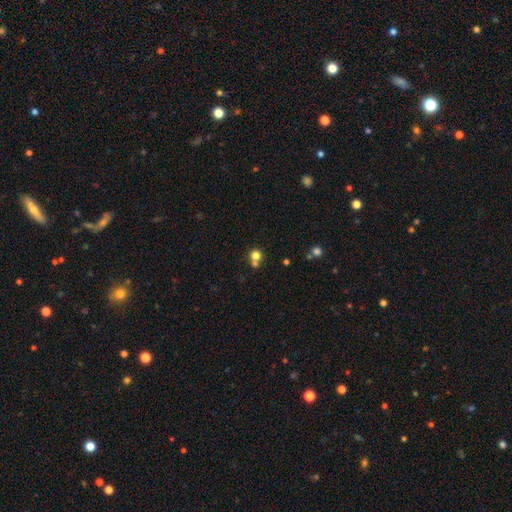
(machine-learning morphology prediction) A smooth galaxy with no disk features (76%) that is round (87%). Merging: none (51%).